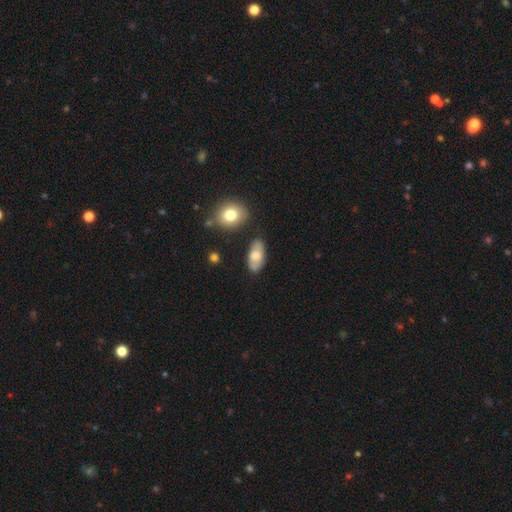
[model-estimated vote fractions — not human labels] Smooth or featured? smooth (67%)
How rounded? in between (91%)
Merging? none (76%)